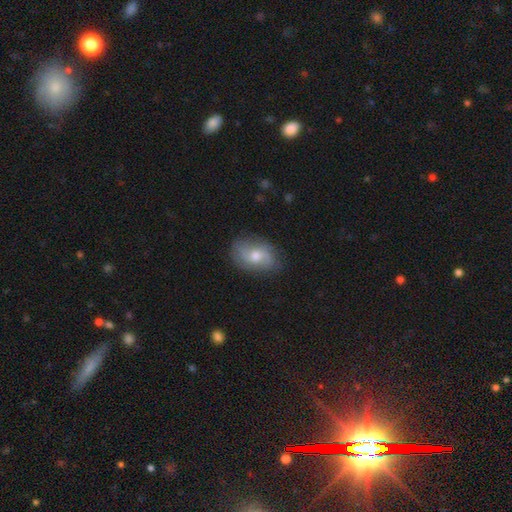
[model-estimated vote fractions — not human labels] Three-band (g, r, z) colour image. It shows a featured or disk galaxy (56%) with no bar (65%), spiral arms (83%) and a moderate central bulge (64%). Merging: none (76%).